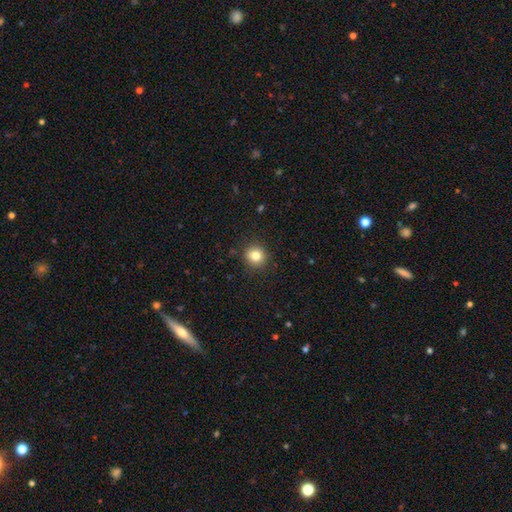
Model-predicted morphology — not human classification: type=smooth (82%); roundness=round (90%); merging=none (90%).